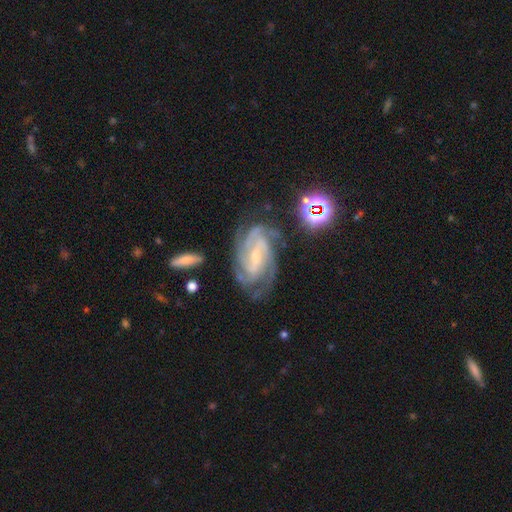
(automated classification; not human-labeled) This is clearly a featured or disk galaxy (88%). It is clearly not viewed edge-on (96%). Bar: marginally weak (44%). Spiral arm pattern: clearly yes (98%). Spiral arm count: marginally 3 (29%). Spiral winding: likely tight (60%). Central bulge: likely small (61%). Merging: likely none (70%).